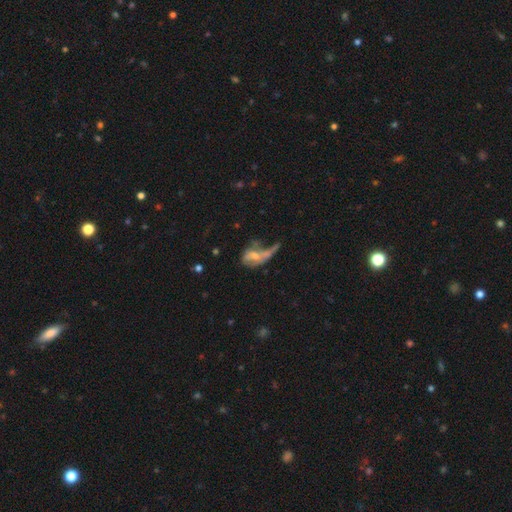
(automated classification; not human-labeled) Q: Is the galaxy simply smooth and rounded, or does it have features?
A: featured or disk — 48%.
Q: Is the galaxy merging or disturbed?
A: major disturbance — 48%.